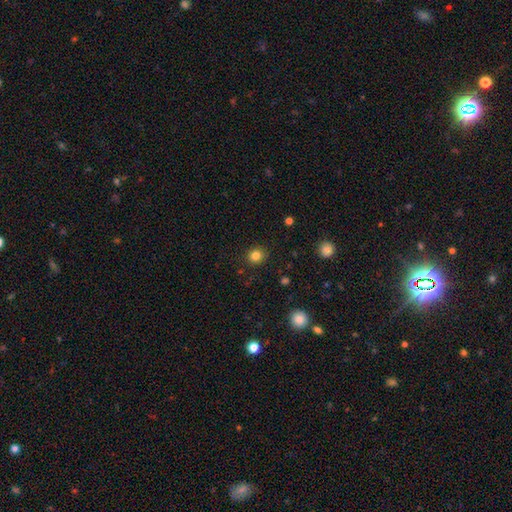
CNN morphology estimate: Smooth or featured? Predicted: smooth (p=0.82). How rounded? Predicted: round (p=0.84). Merging? Predicted: none (p=0.89).